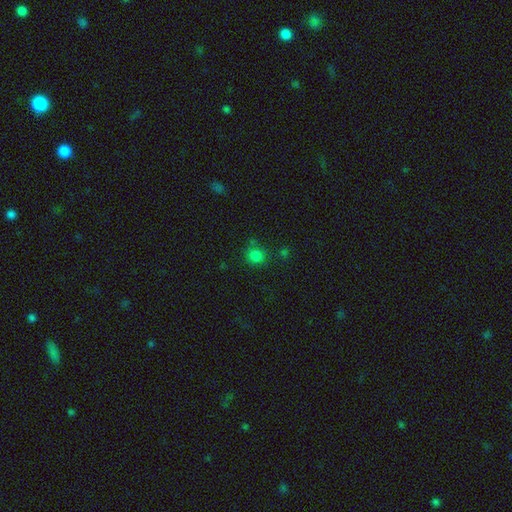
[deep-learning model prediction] smooth 79%, star or artifact 16%, featured or disk 4%. Down the decision tree: how rounded — round (89%); merging — none (72%).